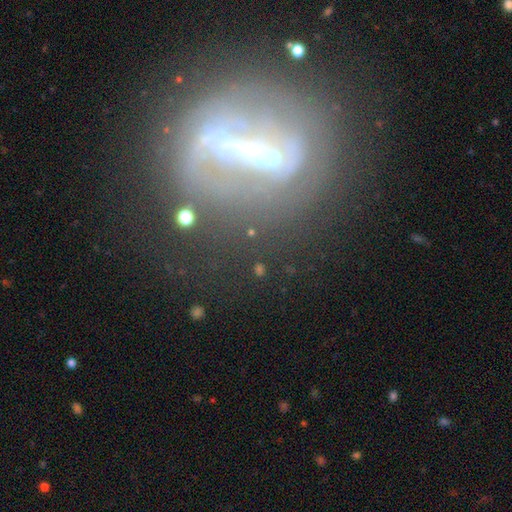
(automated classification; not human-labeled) This is likely a featured or disk galaxy (76%). It is clearly not viewed edge-on (84%). Bar: likely strong (78%). Spiral arm pattern: possibly yes (56%). Central bulge: marginally small (36%). Merging: possibly none (58%).